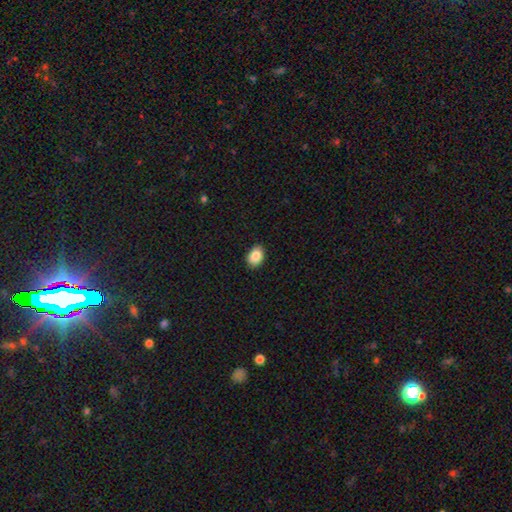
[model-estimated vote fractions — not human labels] This appears to be a smooth galaxy with no disk features (87%) that is in between round and cigar-shaped (75%). Merging: none (87%).